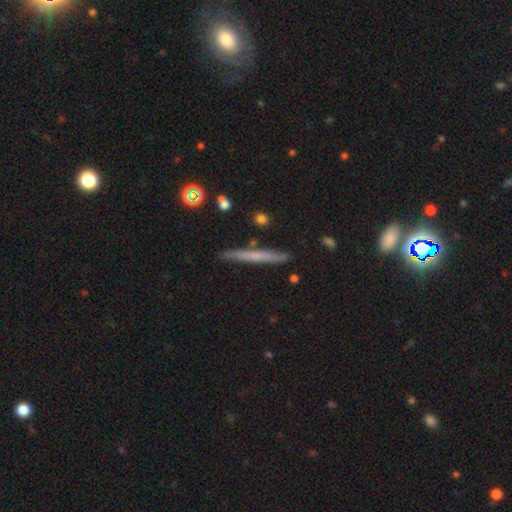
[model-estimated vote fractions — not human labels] smooth-or-featured: smooth: 53% | featured or disk: 40% | star or artifact: 7%
  how-rounded: cigar-shaped: 96% | in between: 2% | round: 2%
  merging: none: 88% | minor disturbance: 9% | merger: 2% | major disturbance: 2%